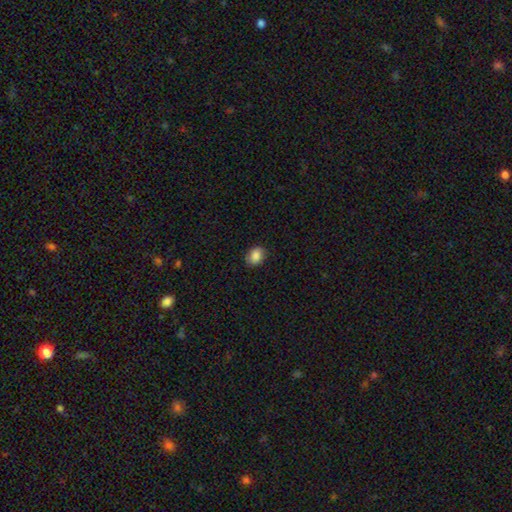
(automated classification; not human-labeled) A smooth galaxy with no disk features (87%) that is in between round and cigar-shaped (60%). Merging: none (85%).